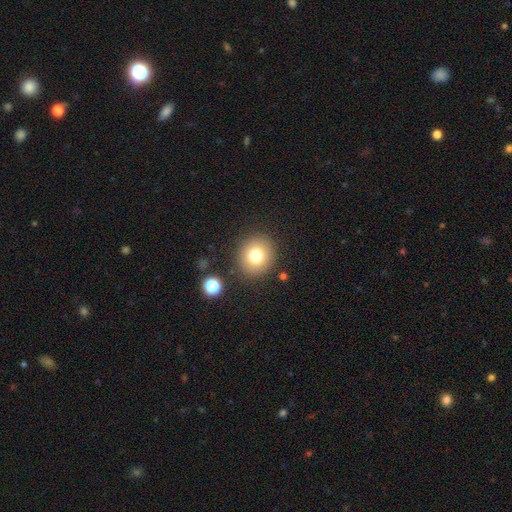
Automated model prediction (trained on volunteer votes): A smooth galaxy with no disk features (77%) that is round (82%).

Vote fractions:
- Smooth or featured? smooth: 77% / star or artifact: 12% / featured or disk: 11%
- How rounded? round: 82% / in between: 17% / cigar-shaped: 1%
- Merging? none: 87% / minor disturbance: 8% / major disturbance: 3% / merger: 3%